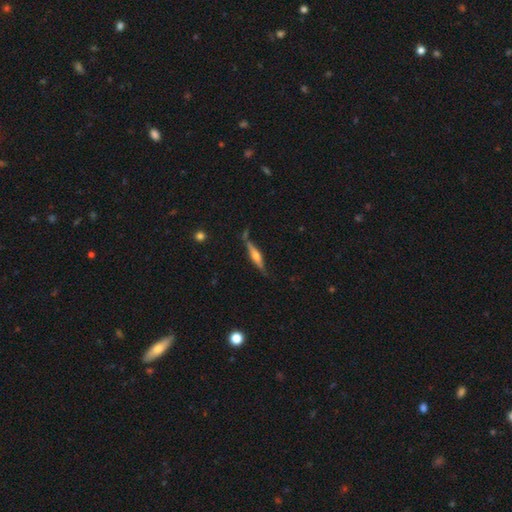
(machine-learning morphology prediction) Smooth or featured? featured or disk (63%)
Edge-on disk? yes (95%)
Edge-on bulge? rounded (87%)
Merging? none (73%)